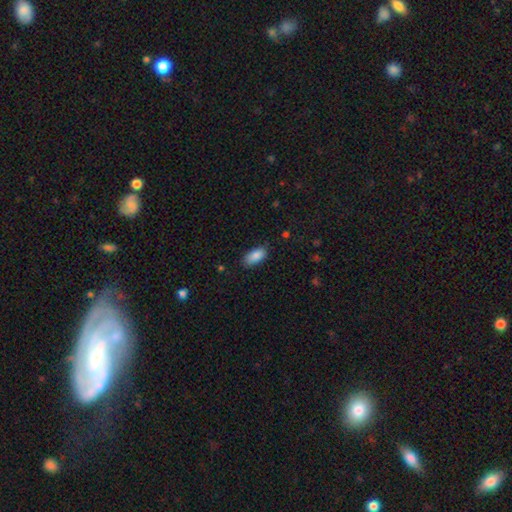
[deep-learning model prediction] The model was most divided on "merging": none: 82%, minor disturbance: 14%, major disturbance: 3%, merger: 1%. More confident: how rounded — in between (90%); smooth or featured — smooth (87%).